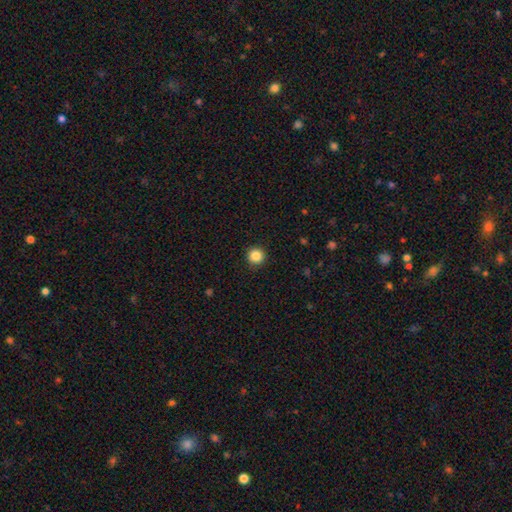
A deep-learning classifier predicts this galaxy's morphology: smooth_or_featured: smooth (p=0.86) [alt: star or artifact p=0.10]
how_rounded: round (p=0.96) [alt: in between p=0.03]
merging: none (p=0.93) [alt: minor disturbance p=0.05]